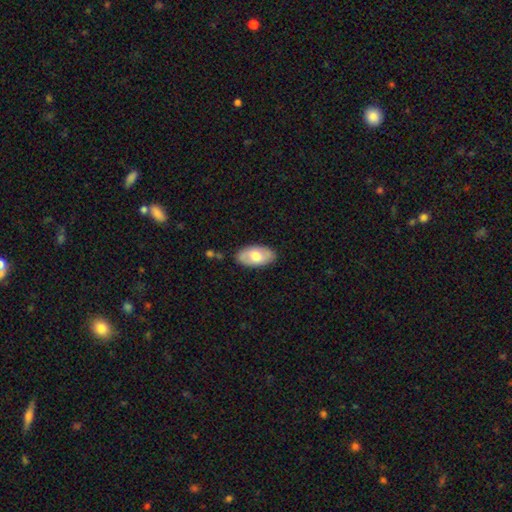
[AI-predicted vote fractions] A smooth galaxy with no disk features (63%) that is in between round and cigar-shaped (95%). Merging: none (84%).